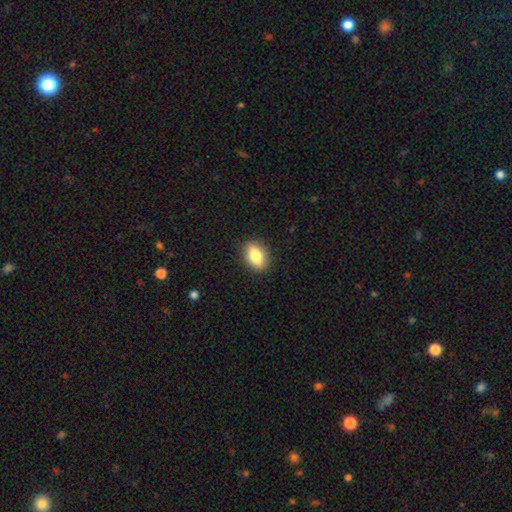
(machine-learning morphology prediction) Smooth or featured? Predicted: smooth (p=0.81). How rounded? Predicted: in between (p=0.83). Merging? Predicted: none (p=0.87).